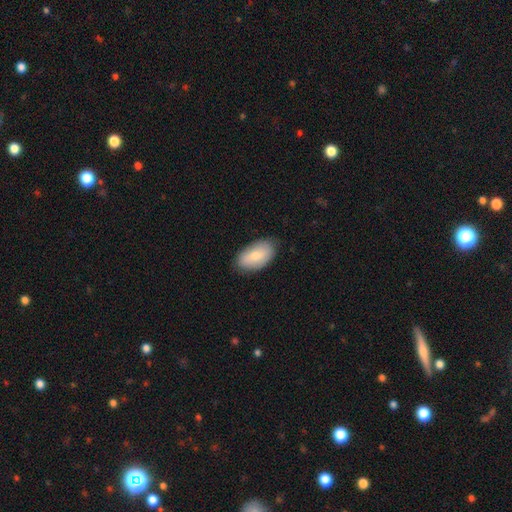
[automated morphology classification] smooth-or-featured: smooth: 75% | featured or disk: 19% | star or artifact: 6%
  how-rounded: in between: 94% | round: 4% | cigar-shaped: 2%
  merging: none: 82% | minor disturbance: 14% | major disturbance: 3% | merger: 1%